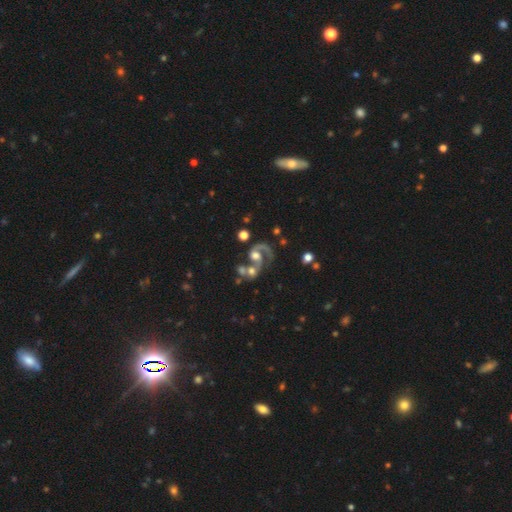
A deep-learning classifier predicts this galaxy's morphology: Overall: featured or disk (75%). Edge-on disk: no (98%). Bar: no (68%). Spiral arms: yes (86%). Spiral arm count: 1 (61%; 2 32%). Spiral winding: loose (42%, tied with medium). Bulge size: moderate (51%; large 24%). Merging: merger (51%; none 22%).